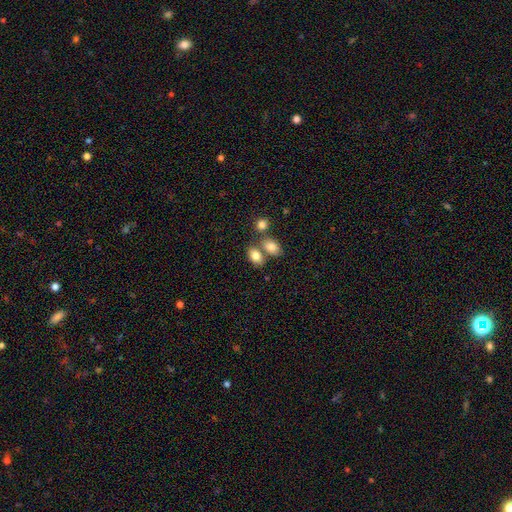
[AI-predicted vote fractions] smooth_or_featured: smooth (p=0.82) [alt: featured or disk p=0.09]
how_rounded: in between (p=0.84) [alt: round p=0.15]
merging: none (p=0.52) [alt: merger p=0.33]